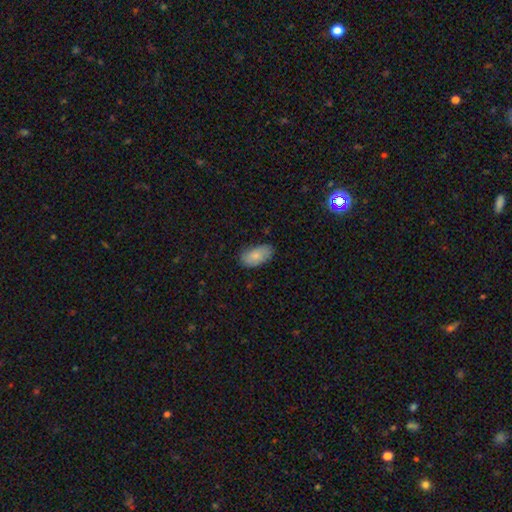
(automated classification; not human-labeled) Smooth or featured? Predicted: smooth (p=0.82). How rounded? Predicted: in between (p=0.94). Merging? Predicted: none (p=0.75).